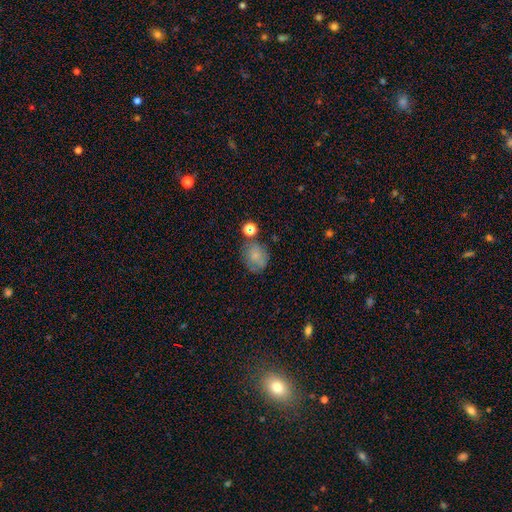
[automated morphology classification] Overall: smooth (70%). How rounded: round (56%; in between 43%). Merging: none (61%).